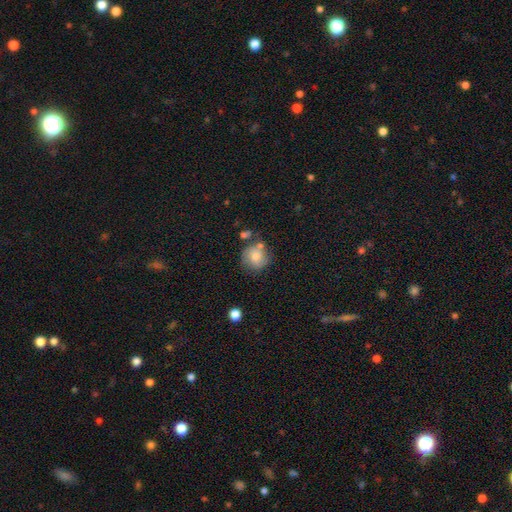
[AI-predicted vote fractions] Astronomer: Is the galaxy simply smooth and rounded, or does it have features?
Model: smooth — 71%.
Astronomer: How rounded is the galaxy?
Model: round — 85%.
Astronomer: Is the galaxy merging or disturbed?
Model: none — 60%.